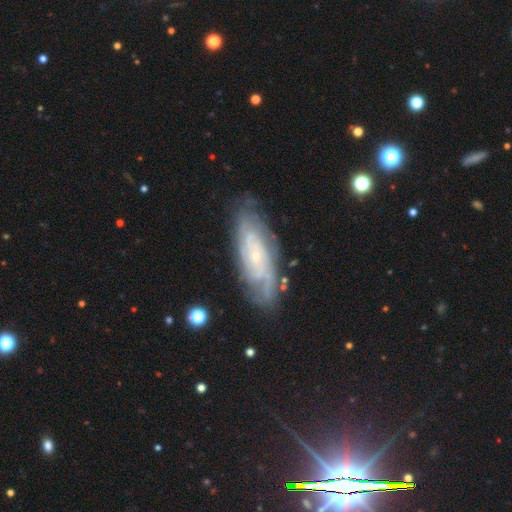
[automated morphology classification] Smooth or featured? featured or disk (76%)
Edge-on disk? no (87%)
Bar? no (72%)
Spiral arms? yes (90%)
Spiral winding? tight (65%)
Spiral arm count? can't tell (54%)
Bulge size? small (79%)
Merging? none (75%)